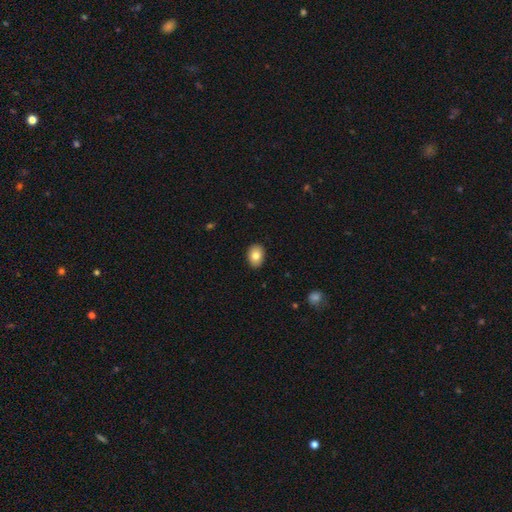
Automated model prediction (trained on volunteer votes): Smooth or featured? smooth (81%)
How rounded? in between (74%)
Merging? none (89%)